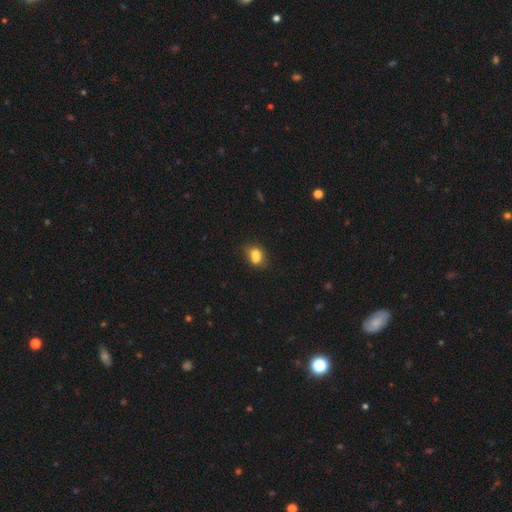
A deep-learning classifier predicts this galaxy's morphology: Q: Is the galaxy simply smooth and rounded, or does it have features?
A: smooth — 72%.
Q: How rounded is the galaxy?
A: in between — 53%.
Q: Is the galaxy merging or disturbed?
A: merger — 50%.